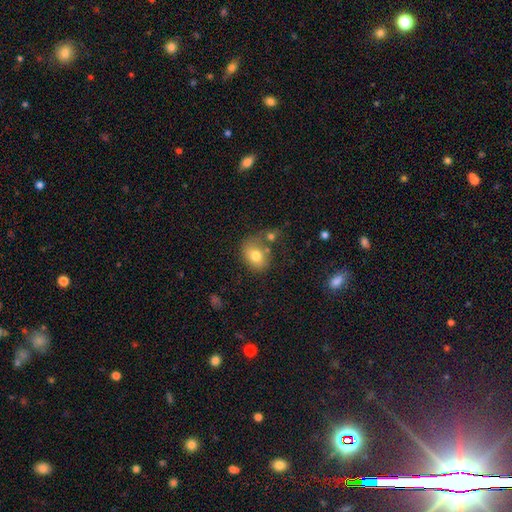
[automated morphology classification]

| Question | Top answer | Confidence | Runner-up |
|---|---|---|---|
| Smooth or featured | smooth | 76% | featured or disk (14%) |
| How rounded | in between | 62% | round (37%) |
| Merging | none | 55% | merger (21%) |